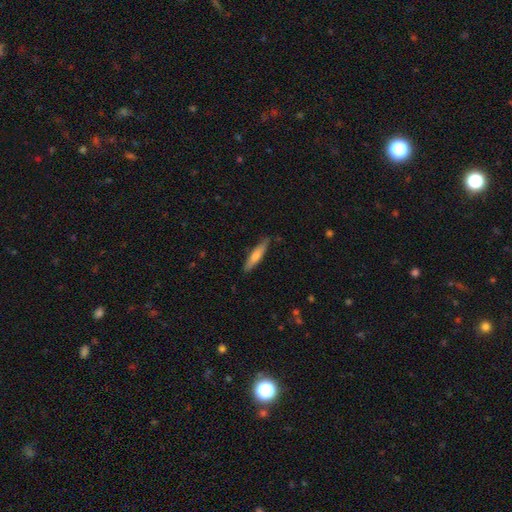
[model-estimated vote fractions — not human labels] A smooth galaxy with no disk features (59%) that is cigar-shaped (87%).

Vote fractions:
- Smooth or featured? smooth: 59% / featured or disk: 35% / star or artifact: 6%
- How rounded? cigar-shaped: 87% / in between: 12% / round: 1%
- Merging? none: 84% / minor disturbance: 12% / major disturbance: 2% / merger: 1%